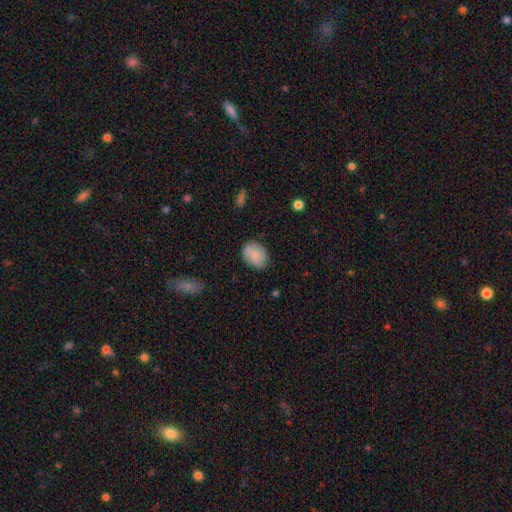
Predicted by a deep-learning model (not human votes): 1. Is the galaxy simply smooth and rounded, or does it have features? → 82% smooth, 11% featured or disk, 7% star or artifact.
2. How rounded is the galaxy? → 68% in between, 30% round, 1% cigar-shaped.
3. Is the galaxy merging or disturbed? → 81% none, 14% minor disturbance, 3% major disturbance, 1% merger.